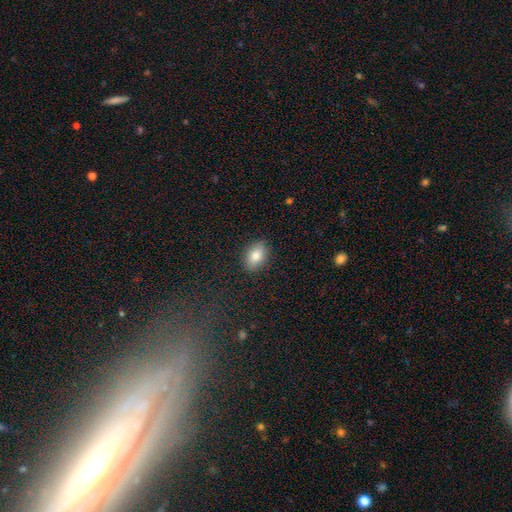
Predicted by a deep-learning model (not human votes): This is clearly a smooth galaxy (82%). How rounded: clearly in between (83%). Merging: clearly none (88%).